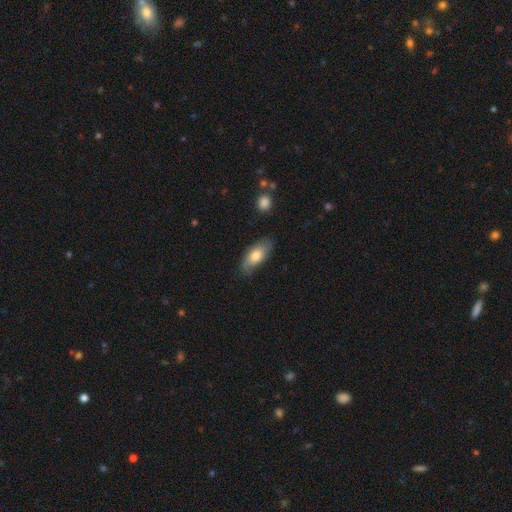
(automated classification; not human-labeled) This appears to be a smooth galaxy with no disk features (68%) that is in between round and cigar-shaped (88%). Merging: none (67%).